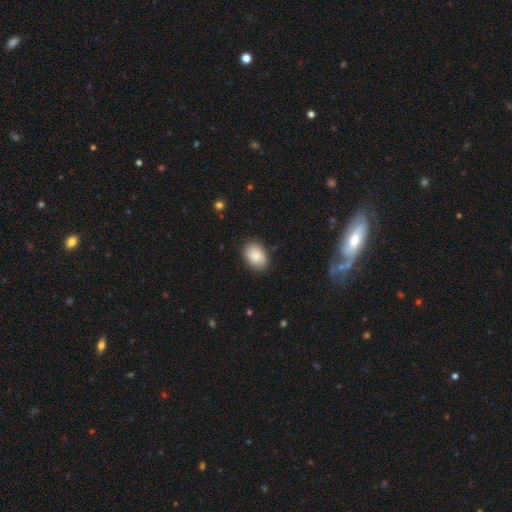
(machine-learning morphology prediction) Smooth or featured: smooth — 86% (featured or disk — 8%)
How rounded: in between — 81% (round — 18%)
Merging: none — 82% (minor disturbance — 14%)